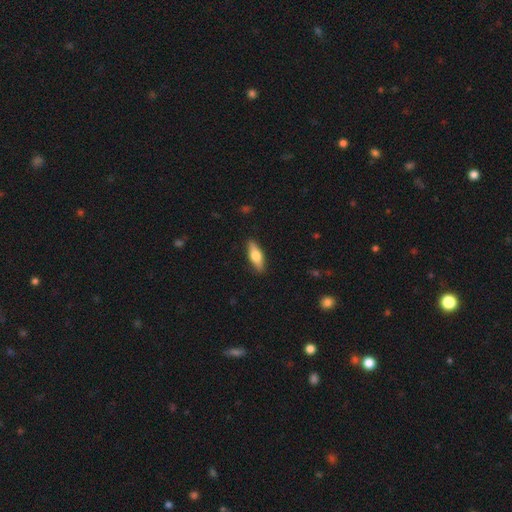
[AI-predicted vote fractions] Smooth or featured? smooth (59%)
How rounded? in between (56%)
Merging? none (88%)